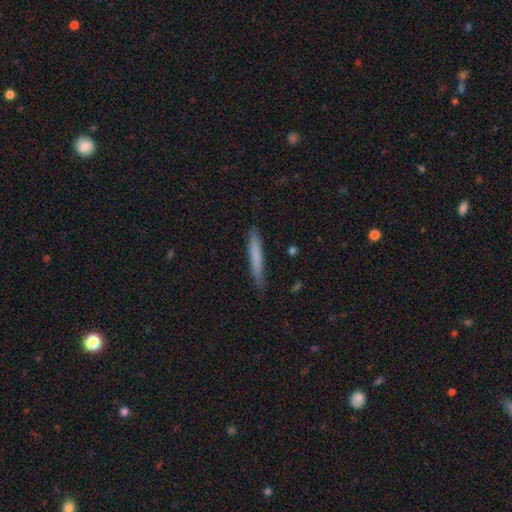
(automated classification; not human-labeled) Smooth or featured? Predicted: smooth (p=0.73). How rounded? Predicted: cigar-shaped (p=0.95). Merging? Predicted: none (p=0.85).